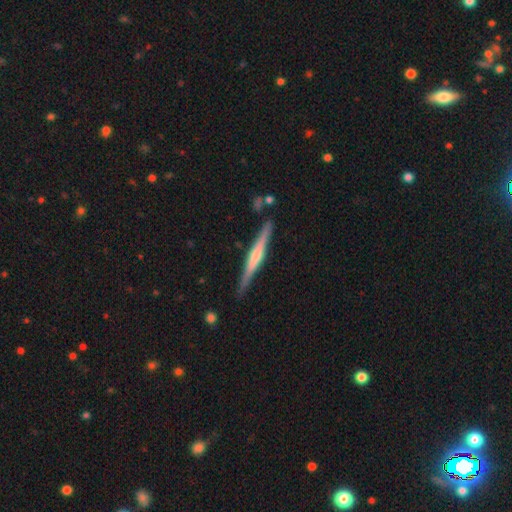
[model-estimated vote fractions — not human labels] Smooth or featured: featured or disk — 76% (smooth — 18%)
Edge-on disk: yes — 98% (no — 2%)
Edge-on bulge: rounded — 67% (none — 17%)
Merging: none — 87% (minor disturbance — 9%)